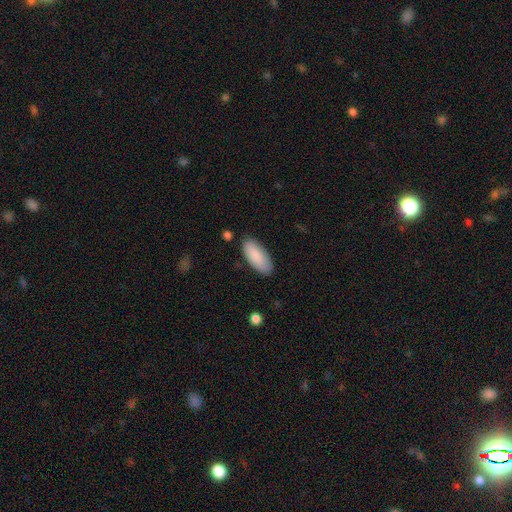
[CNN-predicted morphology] This is clearly a smooth galaxy (88%). How rounded: clearly in between (84%). Merging: clearly none (85%).